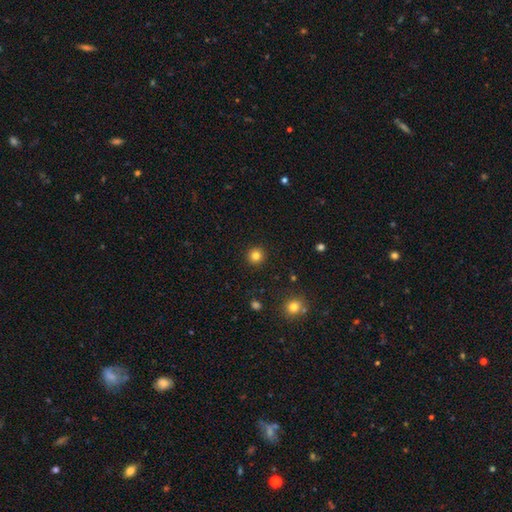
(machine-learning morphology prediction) A smooth galaxy with no disk features (82%) that is round (95%).

Vote fractions:
- Smooth or featured? smooth: 82% / star or artifact: 13% / featured or disk: 5%
- How rounded? round: 95% / in between: 5% / cigar-shaped: 1%
- Merging? none: 92% / minor disturbance: 5% / major disturbance: 2% / merger: 1%